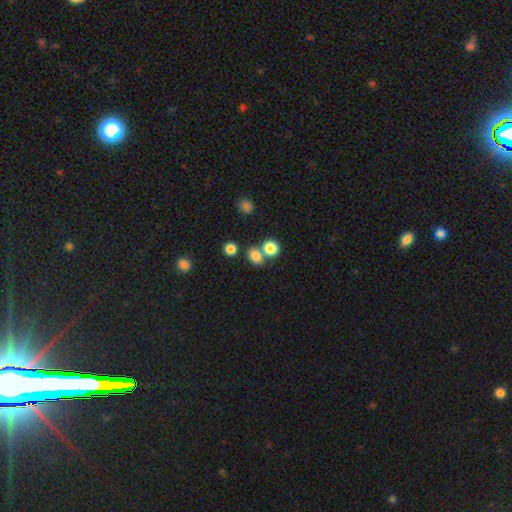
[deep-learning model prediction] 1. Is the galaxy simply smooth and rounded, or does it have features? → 81% smooth, 13% star or artifact, 7% featured or disk.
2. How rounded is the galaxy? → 55% round, 44% in between, 1% cigar-shaped.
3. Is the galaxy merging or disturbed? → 55% none, 33% merger, 9% minor disturbance, 3% major disturbance.